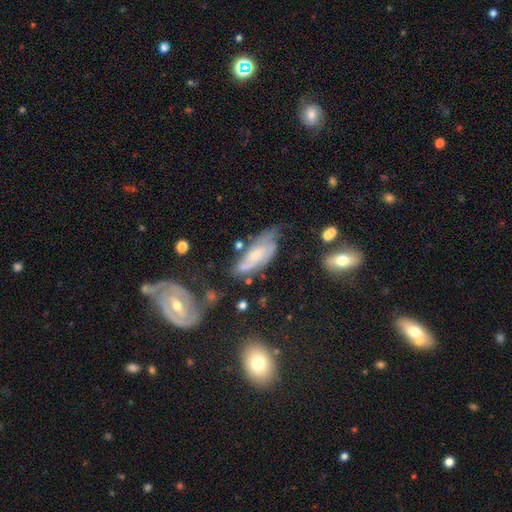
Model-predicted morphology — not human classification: Smooth or featured? featured or disk (64%)
Edge-on disk? no (87%)
Bar? no (61%)
Spiral arms? yes (83%)
Bulge size? small (56%)
Merging? none (44%)